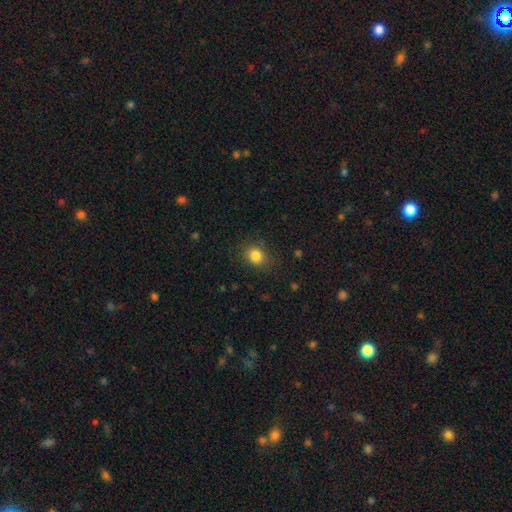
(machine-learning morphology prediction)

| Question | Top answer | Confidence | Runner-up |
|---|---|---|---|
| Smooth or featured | smooth | 83% | star or artifact (11%) |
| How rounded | round | 67% | in between (32%) |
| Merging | none | 82% | minor disturbance (13%) |